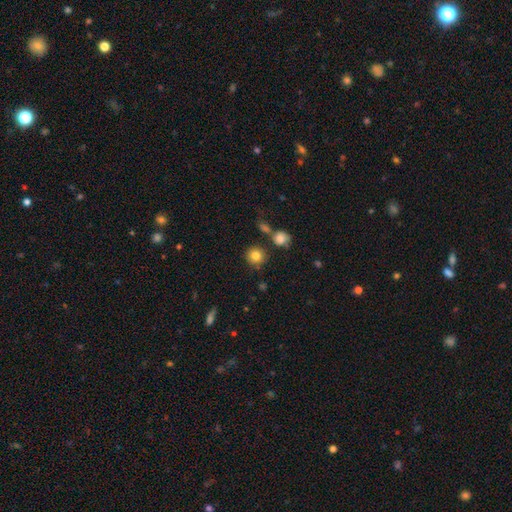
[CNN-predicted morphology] This appears to be a smooth galaxy with no disk features (82%) that is round (91%). Merging: none (80%).